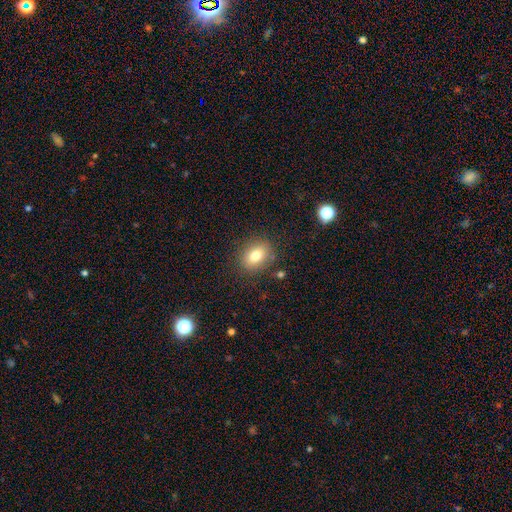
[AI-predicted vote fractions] smooth 78%, featured or disk 12%, star or artifact 10%. Down the decision tree: how rounded — in between (68%); merging — none (83%).